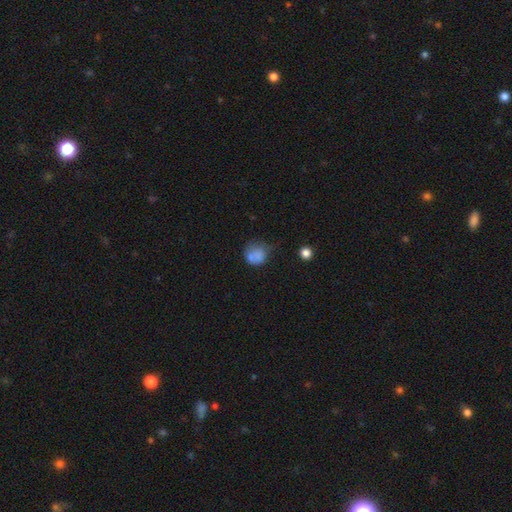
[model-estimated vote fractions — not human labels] Smooth or featured?
  - smooth: 74% *
  - featured or disk: 16%
  - star or artifact: 11%
How rounded?
  - round: 75% *
  - in between: 24%
  - cigar-shaped: 1%
Merging?
  - none: 41% *
  - minor disturbance: 30%
  - major disturbance: 18%
  - merger: 11%